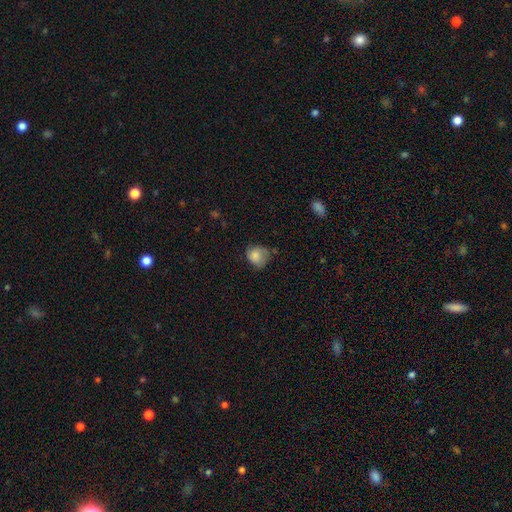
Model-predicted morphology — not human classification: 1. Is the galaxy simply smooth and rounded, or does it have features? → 77% smooth, 15% featured or disk, 8% star or artifact.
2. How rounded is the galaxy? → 65% round, 34% in between, 1% cigar-shaped.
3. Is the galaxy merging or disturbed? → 47% none, 37% minor disturbance, 14% major disturbance, 3% merger.